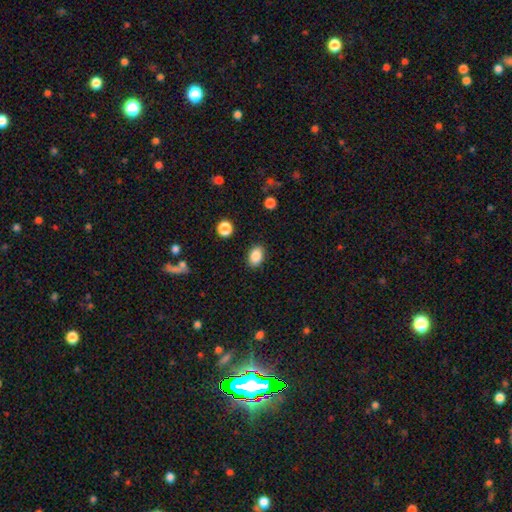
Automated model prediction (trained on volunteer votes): Overall: smooth (87%). How rounded: in between (83%). Merging: none (88%).